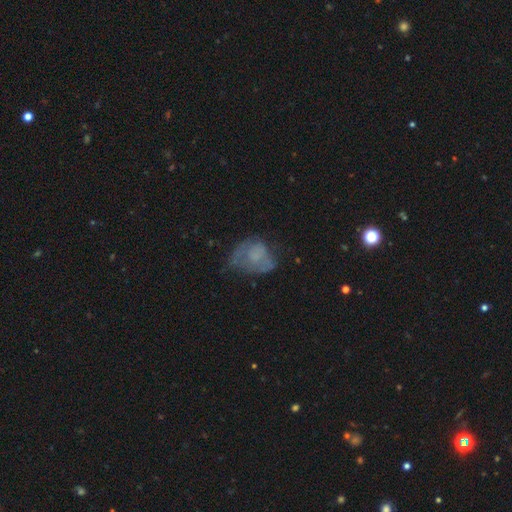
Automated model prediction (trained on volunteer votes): smooth_or_featured: smooth (p=0.45) [alt: featured or disk p=0.42]
merging: none (p=0.36) [alt: major disturbance p=0.33]